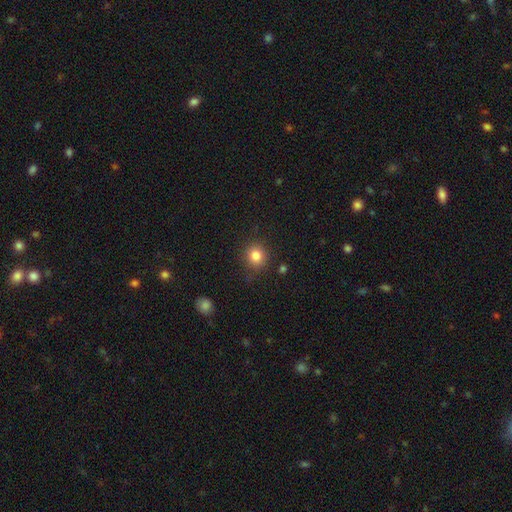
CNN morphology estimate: A smooth galaxy with no disk features (83%) that is round (89%). Merging: none (86%).